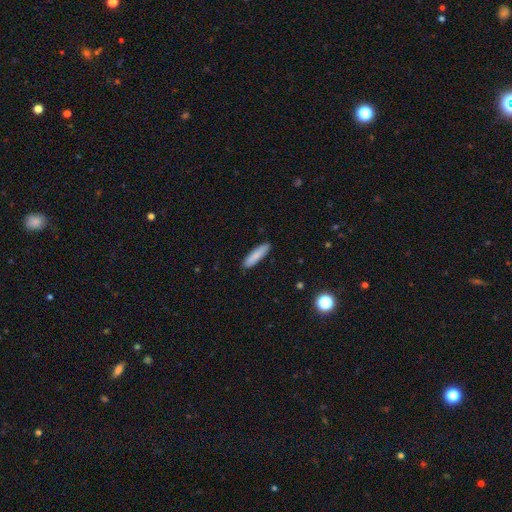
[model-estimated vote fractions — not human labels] Smooth or featured? Predicted: smooth (p=0.84). How rounded? Predicted: cigar-shaped (p=0.75). Merging? Predicted: none (p=0.89).